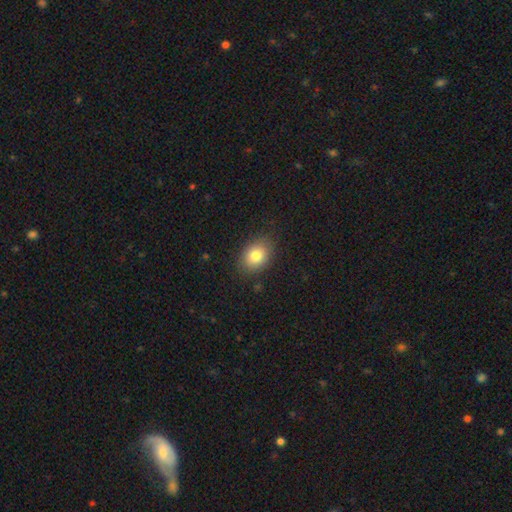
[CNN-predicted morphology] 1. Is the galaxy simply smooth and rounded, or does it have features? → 81% smooth, 10% featured or disk, 9% star or artifact.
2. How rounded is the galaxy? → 69% in between, 30% round, 1% cigar-shaped.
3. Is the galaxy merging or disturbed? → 83% none, 13% minor disturbance, 3% major disturbance, 1% merger.